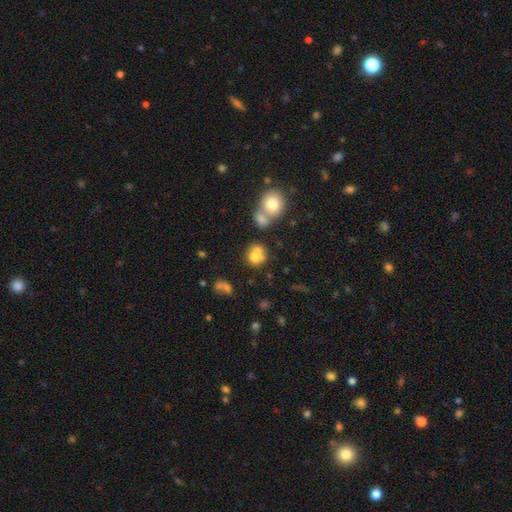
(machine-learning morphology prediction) Smooth or featured? smooth (68%)
How rounded? round (75%)
Merging? merger (48%)